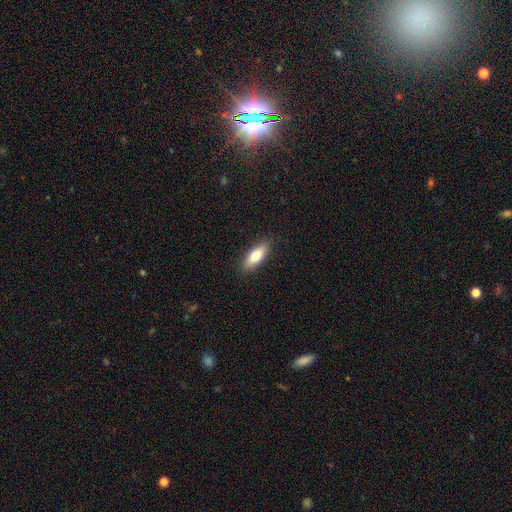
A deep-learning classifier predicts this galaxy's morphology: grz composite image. It shows a smooth galaxy with no disk features (73%) that is in between round and cigar-shaped (64%). Merging: none (88%).